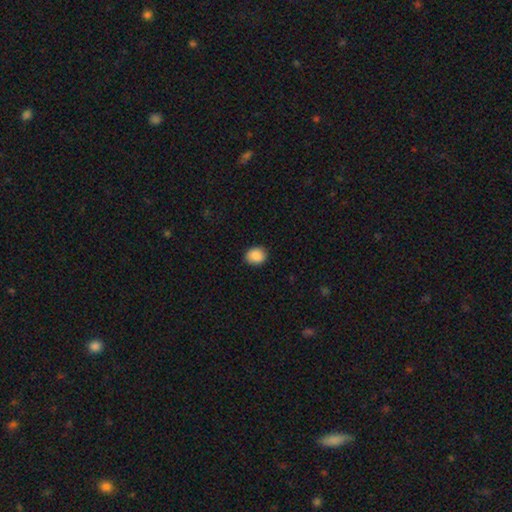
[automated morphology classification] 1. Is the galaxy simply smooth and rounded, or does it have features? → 89% smooth, 8% star or artifact, 3% featured or disk.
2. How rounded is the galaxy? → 65% round, 34% in between, 1% cigar-shaped.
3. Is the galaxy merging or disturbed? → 88% none, 9% minor disturbance, 2% major disturbance, 1% merger.